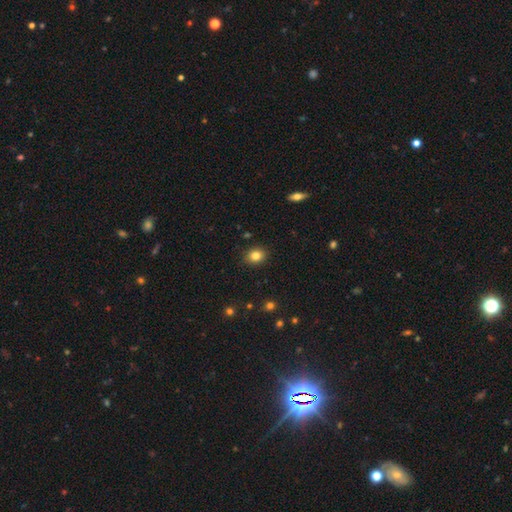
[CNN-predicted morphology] smooth_or_featured: smooth (p=0.83) [alt: star or artifact p=0.11]
how_rounded: round (p=0.59) [alt: in between p=0.40]
merging: none (p=0.89) [alt: minor disturbance p=0.08]